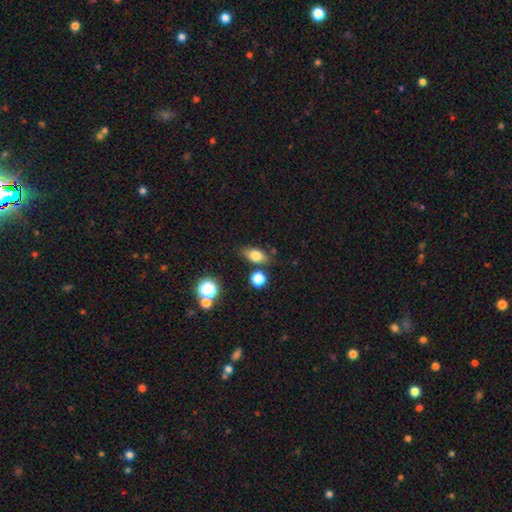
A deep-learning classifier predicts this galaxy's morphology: type=smooth (77%); roundness=in between (78%); merging=none (75%).